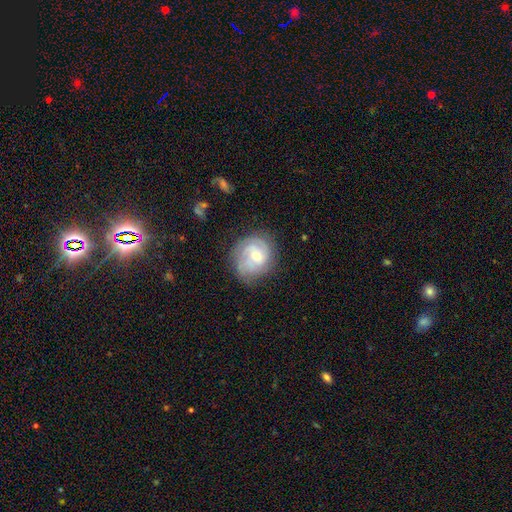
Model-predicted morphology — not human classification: The model was most divided on "bulge size": small: 48%, moderate: 46%, large: 3%, none: 2%, dominant: 1%. Remaining: edge-on disk — no (98%); spiral arms — yes (90%); merging — none (73%); smooth or featured — featured or disk (69%); spiral winding — tight (59%); bar — no (53%); spiral arm count — can't tell (36%).